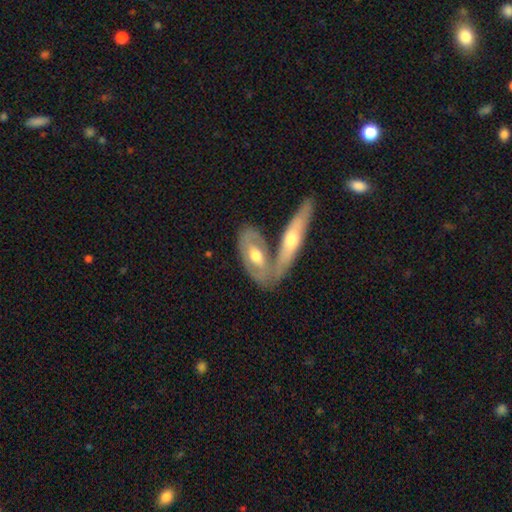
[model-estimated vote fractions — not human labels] This appears to be a featured or disk galaxy (57%). Merging: none (42%).